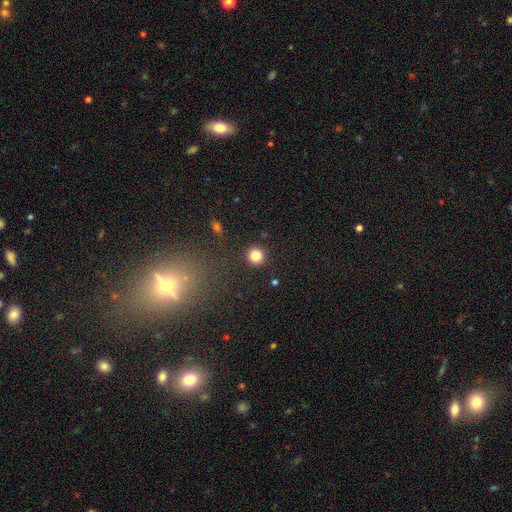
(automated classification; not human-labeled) The model was most divided on "smooth or featured": smooth: 83%, star or artifact: 12%, featured or disk: 4%. More confident: how rounded — round (94%); merging — none (90%).